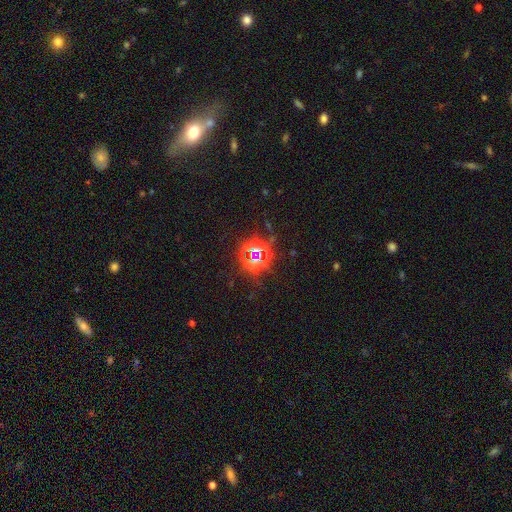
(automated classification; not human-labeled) A star or artifact, not a galaxy (78%).